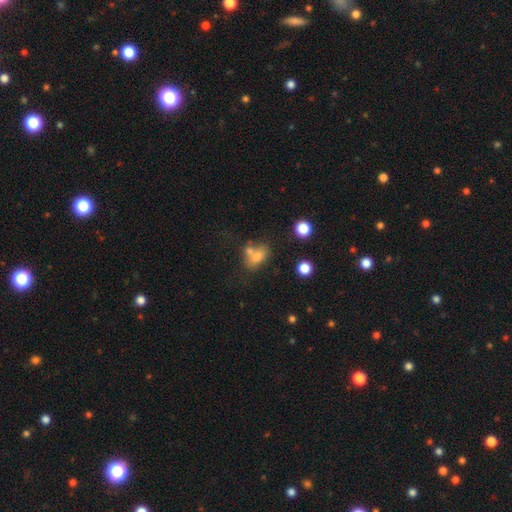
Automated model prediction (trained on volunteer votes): Smooth or featured? Predicted: smooth (p=0.71). How rounded? Predicted: in between (p=0.77). Merging? Predicted: none (p=0.39).